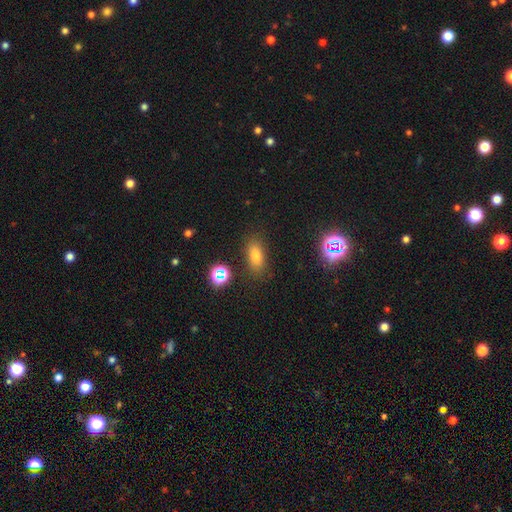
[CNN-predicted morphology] A smooth galaxy with no disk features (71%) that is in between round and cigar-shaped (76%).

Vote fractions:
- Smooth or featured? smooth: 71% / star or artifact: 19% / featured or disk: 10%
- How rounded? in between: 76% / cigar-shaped: 15% / round: 9%
- Merging? none: 84% / minor disturbance: 10% / major disturbance: 4% / merger: 3%